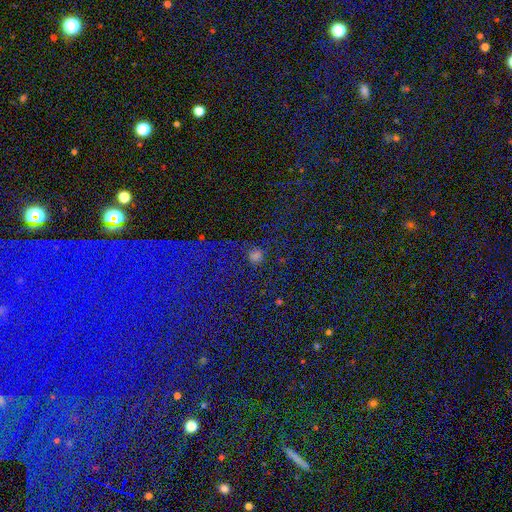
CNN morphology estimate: Smooth or featured? Predicted: smooth (p=0.52). How rounded? Predicted: round (p=0.91). Merging? Predicted: none (p=0.72).